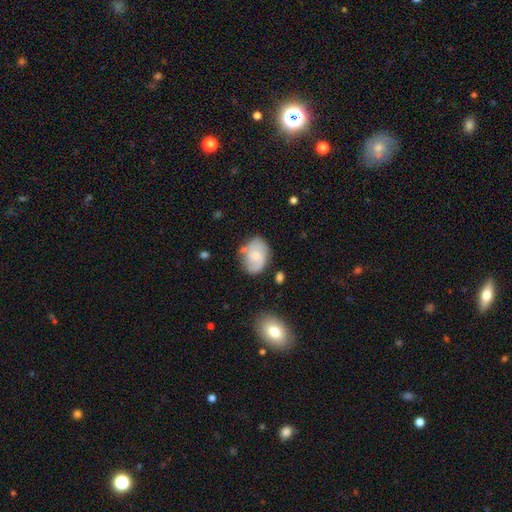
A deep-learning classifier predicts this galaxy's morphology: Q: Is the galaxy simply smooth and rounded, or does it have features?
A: featured or disk — 50%.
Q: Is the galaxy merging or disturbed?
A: none — 65%.